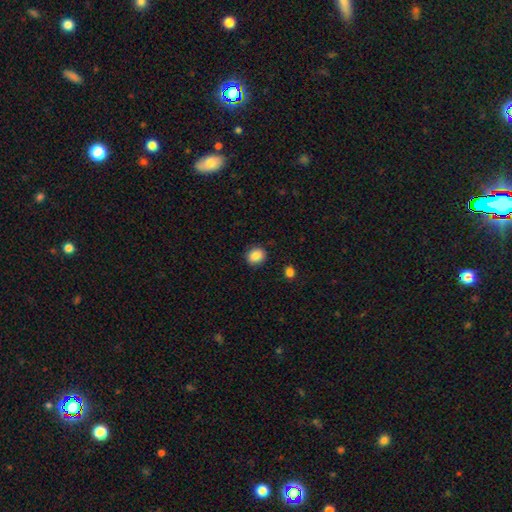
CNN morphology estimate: type=smooth (87%); roundness=round (68%); merging=none (87%).